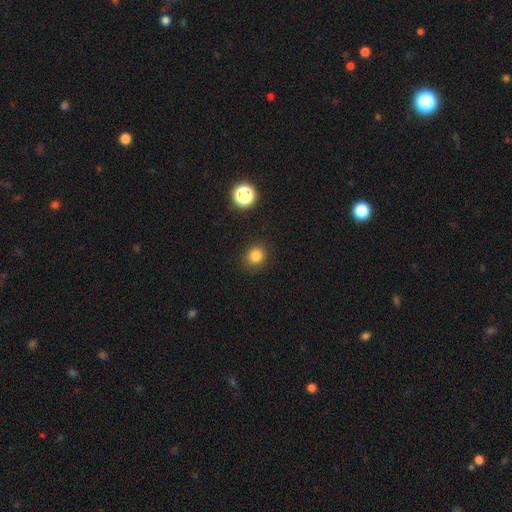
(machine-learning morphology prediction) A smooth galaxy with no disk features (82%) that is round (85%).

Vote fractions:
- Smooth or featured? smooth: 82% / star or artifact: 13% / featured or disk: 5%
- How rounded? round: 85% / in between: 14% / cigar-shaped: 1%
- Merging? none: 89% / minor disturbance: 7% / major disturbance: 2% / merger: 1%